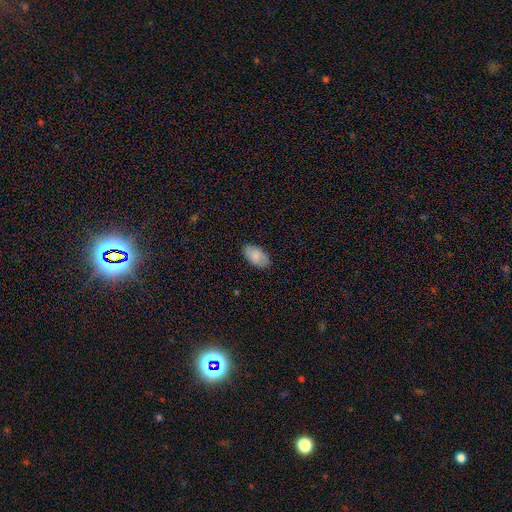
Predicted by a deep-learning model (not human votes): Smooth or featured? smooth (86%)
How rounded? in between (95%)
Merging? none (84%)